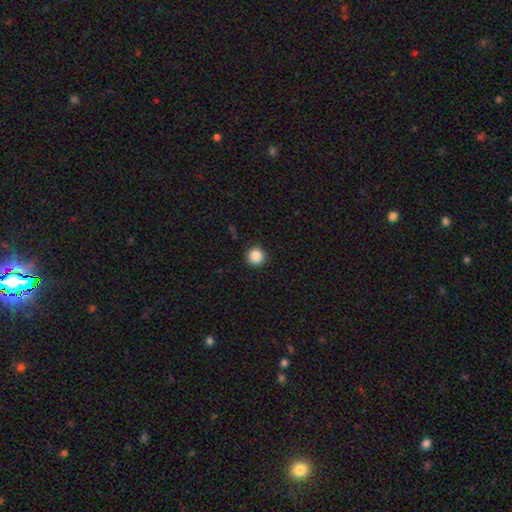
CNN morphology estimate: This appears to be a smooth galaxy with no disk features (87%) that is round (95%). Merging: none (90%).